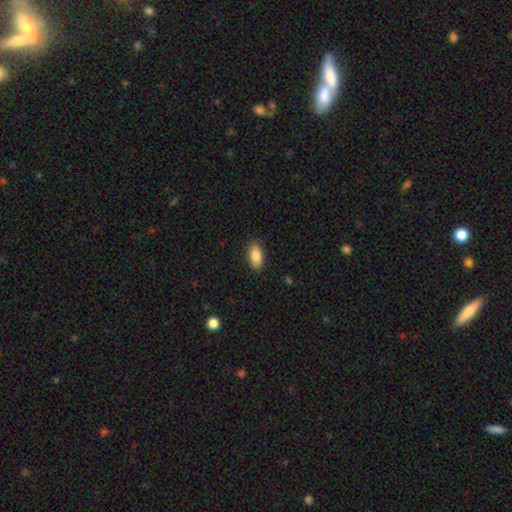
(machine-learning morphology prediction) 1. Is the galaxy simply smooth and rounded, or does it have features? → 86% smooth, 7% featured or disk, 7% star or artifact.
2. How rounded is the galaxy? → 91% in between, 6% cigar-shaped, 3% round.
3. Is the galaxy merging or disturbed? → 88% none, 8% minor disturbance, 2% major disturbance, 1% merger.